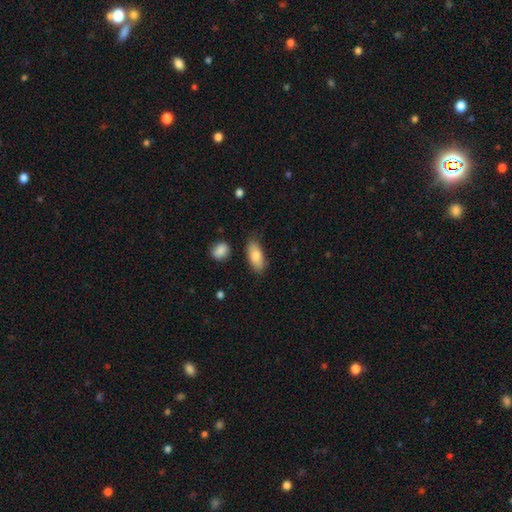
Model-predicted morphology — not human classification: This appears to be a smooth galaxy with no disk features (82%) that is in between round and cigar-shaped (84%). Merging: none (79%).